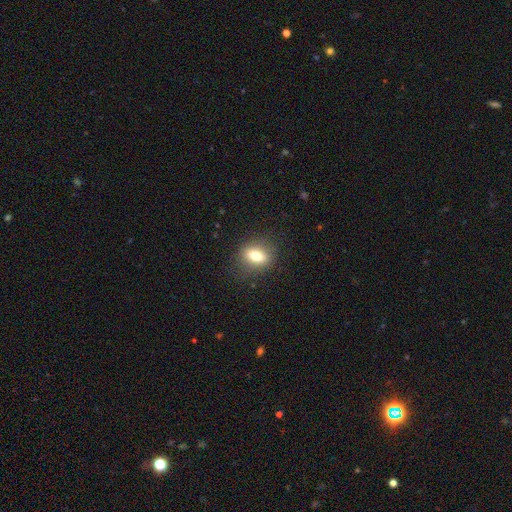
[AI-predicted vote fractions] A smooth galaxy with no disk features (72%) that is in between round and cigar-shaped (64%).

Vote fractions:
- Smooth or featured? smooth: 72% / featured or disk: 18% / star or artifact: 10%
- How rounded? in between: 64% / round: 30% / cigar-shaped: 6%
- Merging? none: 85% / minor disturbance: 10% / major disturbance: 4% / merger: 1%